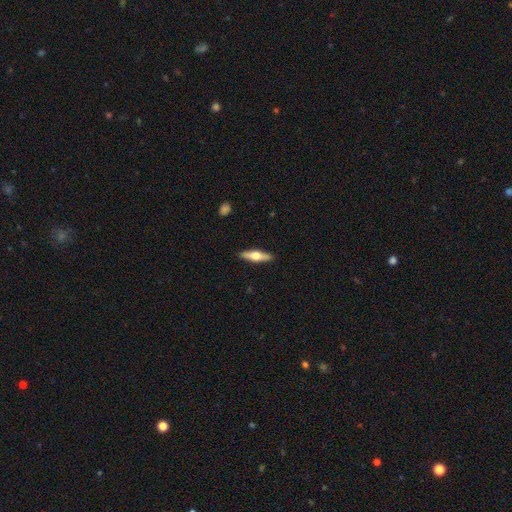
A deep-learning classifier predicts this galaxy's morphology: smooth-or-featured: featured or disk: 53% | smooth: 42% | star or artifact: 6%
  disk-edge-on: yes: 93% | no: 7%
  merging: none: 90% | minor disturbance: 7% | major disturbance: 2% | merger: 1%